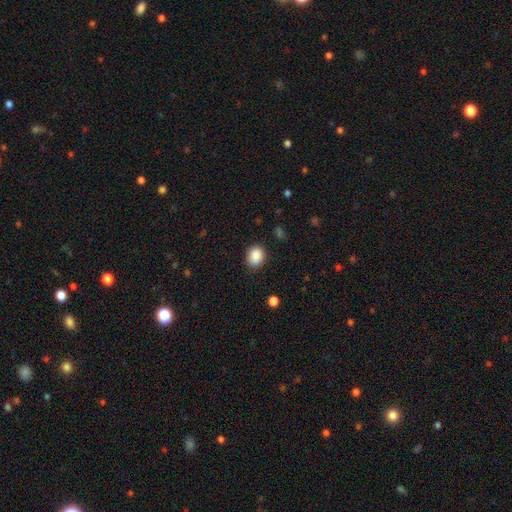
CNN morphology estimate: This is clearly a smooth galaxy (88%). How rounded: possibly round (60%). Merging: clearly none (85%).